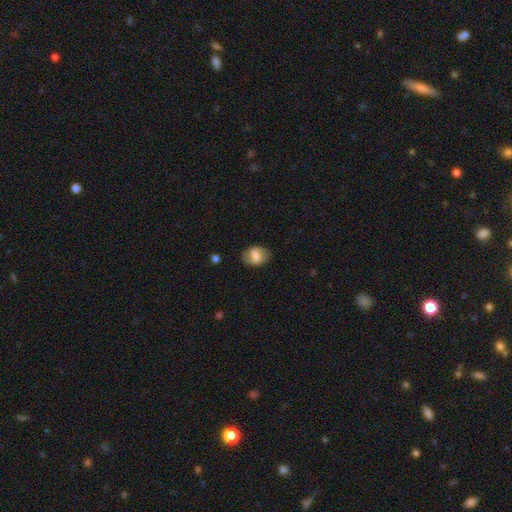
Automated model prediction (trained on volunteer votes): This appears to be a smooth galaxy with no disk features (66%) that is in between round and cigar-shaped (78%). Merging: none (74%).